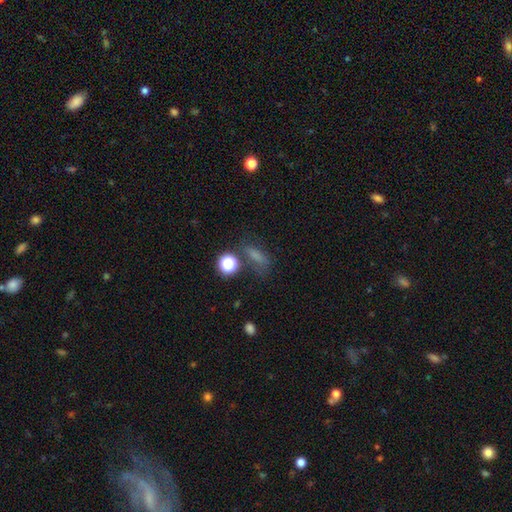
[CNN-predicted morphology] Q: Smooth or featured?
A: smooth (65%); runner-up: star or artifact (23%)
Q: How rounded?
A: in between (54%); runner-up: cigar-shaped (28%)
Q: Merging?
A: none (54%); runner-up: minor disturbance (21%)